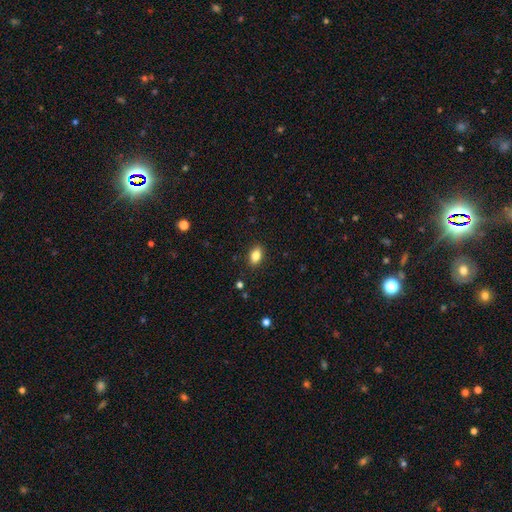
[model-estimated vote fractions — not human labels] This is clearly a smooth galaxy (84%). How rounded: clearly in between (87%). Merging: clearly none (88%).